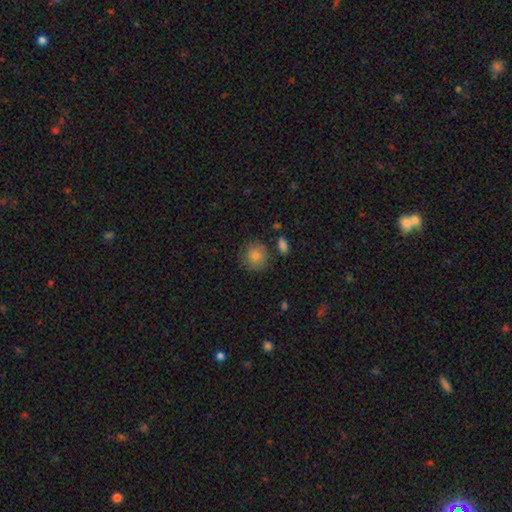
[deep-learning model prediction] The model was most divided on "merging": none: 81%, minor disturbance: 12%, merger: 4%, major disturbance: 3%. More confident: how rounded — round (89%); smooth or featured — smooth (83%).